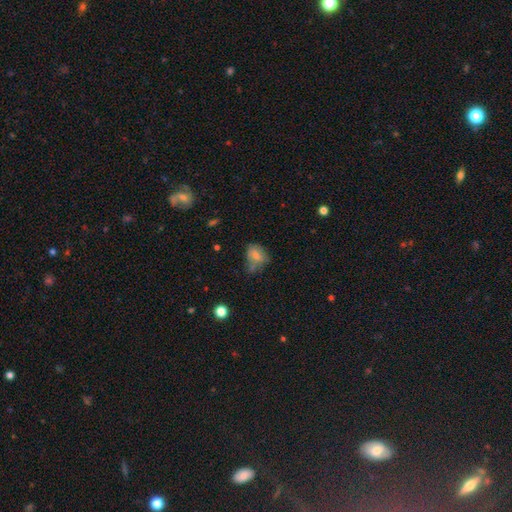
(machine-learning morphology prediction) This is likely a smooth galaxy (69%). How rounded: likely in between (67%). Merging: marginally none (42%).